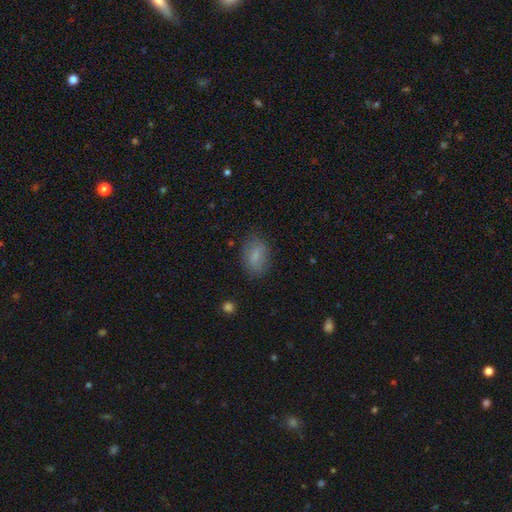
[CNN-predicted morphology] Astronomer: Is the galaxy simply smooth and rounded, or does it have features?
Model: smooth — 80%.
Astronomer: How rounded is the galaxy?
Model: in between — 84%.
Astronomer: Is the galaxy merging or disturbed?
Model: none — 80%.